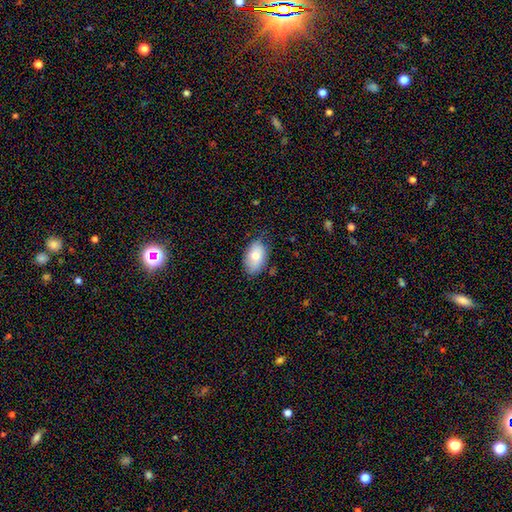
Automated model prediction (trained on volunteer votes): This appears to be a smooth galaxy with no disk features (77%) that is in between round and cigar-shaped (91%). Merging: none (70%).